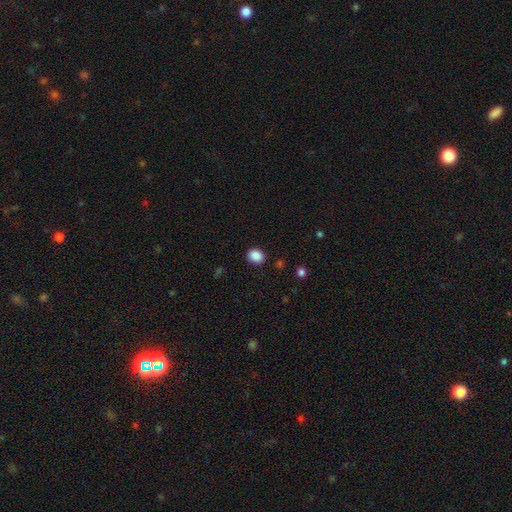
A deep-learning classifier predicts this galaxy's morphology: The model was most divided on "how rounded": round: 54%, in between: 45%, cigar-shaped: 1%. More confident: merging — none (89%); smooth or featured — smooth (88%).